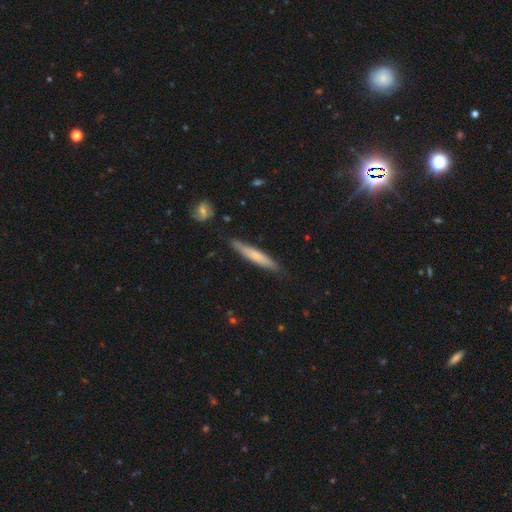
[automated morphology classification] Overall: smooth (63%; featured or disk 32%). How rounded: cigar-shaped (93%). Merging: none (82%).